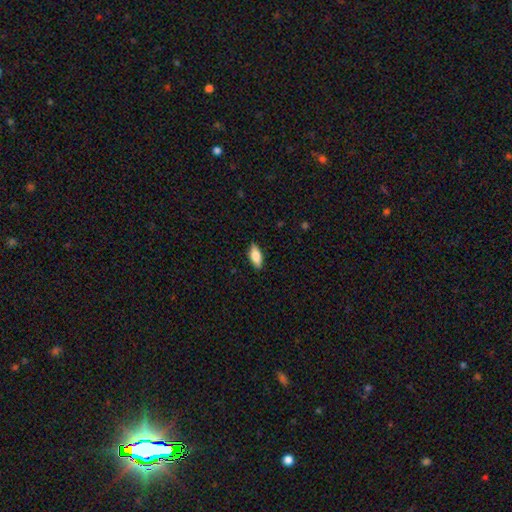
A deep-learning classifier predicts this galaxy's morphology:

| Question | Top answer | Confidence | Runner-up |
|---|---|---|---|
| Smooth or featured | smooth | 75% | featured or disk (18%) |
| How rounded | in between | 81% | cigar-shaped (16%) |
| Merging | none | 88% | minor disturbance (10%) |